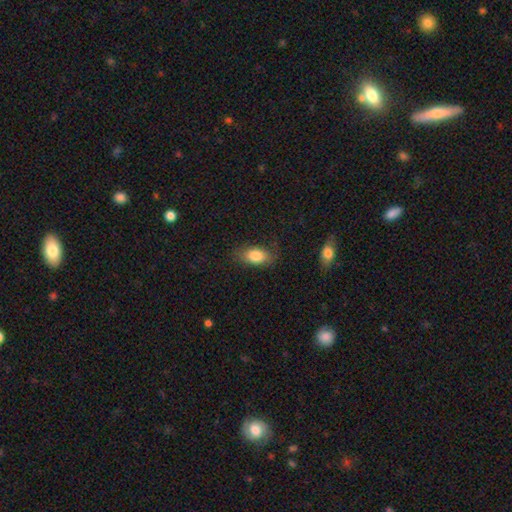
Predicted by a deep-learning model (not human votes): smooth-or-featured: smooth: 83% | featured or disk: 10% | star or artifact: 7%
  how-rounded: in between: 88% | round: 8% | cigar-shaped: 4%
  merging: none: 75% | minor disturbance: 18% | major disturbance: 5% | merger: 1%